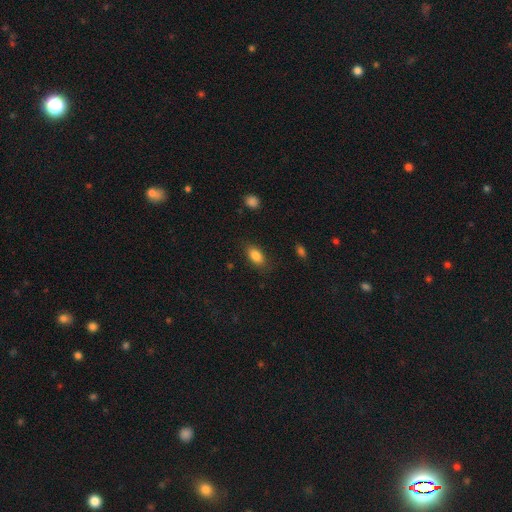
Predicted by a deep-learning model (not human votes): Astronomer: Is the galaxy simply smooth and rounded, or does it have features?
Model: smooth — 85%.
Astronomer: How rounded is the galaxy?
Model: in between — 89%.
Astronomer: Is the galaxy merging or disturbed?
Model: none — 83%.